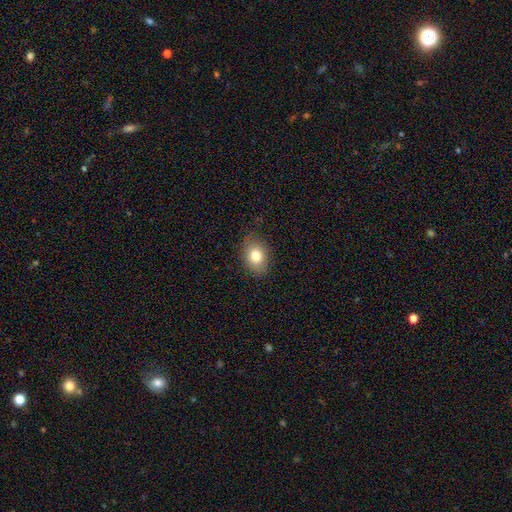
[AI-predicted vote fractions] This appears to be a smooth galaxy with no disk features (79%) that is in between round and cigar-shaped (72%). Merging: none (82%).